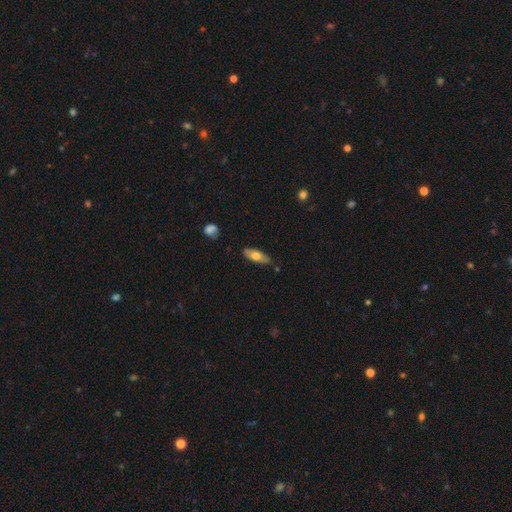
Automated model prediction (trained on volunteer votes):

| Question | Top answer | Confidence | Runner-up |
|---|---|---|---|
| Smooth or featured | smooth | 65% | featured or disk (29%) |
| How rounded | in between | 69% | cigar-shaped (28%) |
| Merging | none | 82% | minor disturbance (14%) |